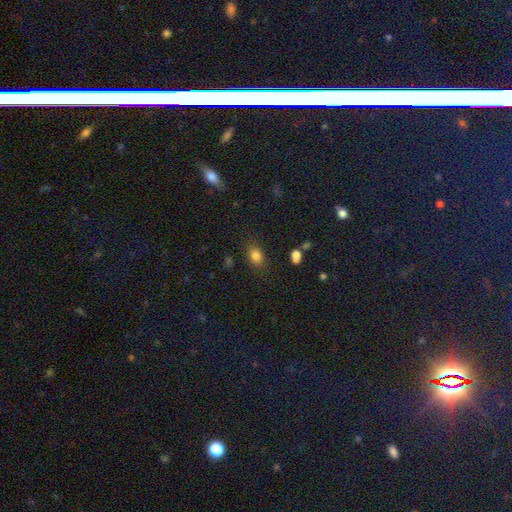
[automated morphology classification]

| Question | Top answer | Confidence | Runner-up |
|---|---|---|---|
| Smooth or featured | smooth | 81% | star or artifact (12%) |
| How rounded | in between | 67% | round (31%) |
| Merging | none | 80% | minor disturbance (14%) |